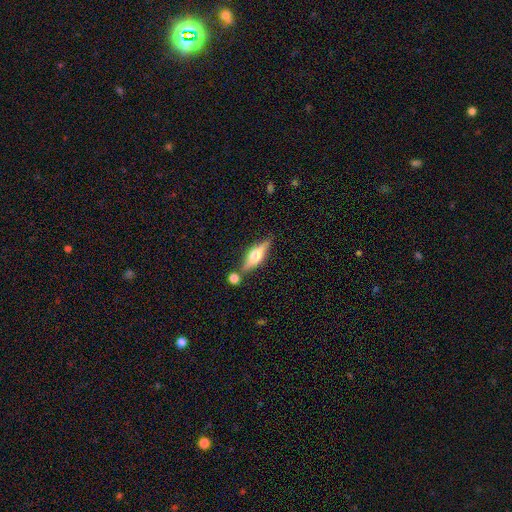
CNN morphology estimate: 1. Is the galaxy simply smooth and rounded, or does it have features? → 58% featured or disk, 36% smooth, 7% star or artifact.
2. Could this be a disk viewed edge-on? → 93% yes, 7% no.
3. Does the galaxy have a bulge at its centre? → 91% rounded, 6% boxy, 2% none.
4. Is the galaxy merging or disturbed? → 72% none, 12% merger, 12% minor disturbance, 3% major disturbance.